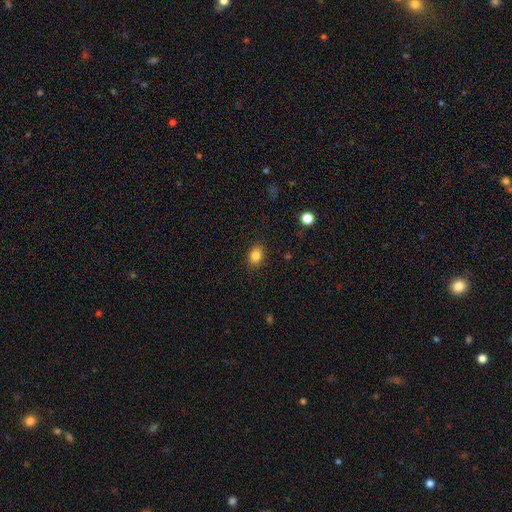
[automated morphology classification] The model was most divided on "how rounded": in between: 64%, round: 35%, cigar-shaped: 1%. More confident: merging — none (88%); smooth or featured — smooth (84%).